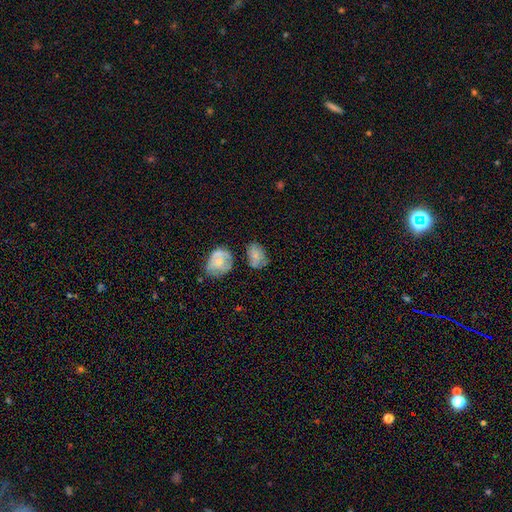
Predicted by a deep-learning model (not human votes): Smooth or featured?
  - smooth: 63% *
  - featured or disk: 27%
  - star or artifact: 10%
How rounded?
  - in between: 74% *
  - round: 24%
  - cigar-shaped: 1%
Merging?
  - none: 50% *
  - minor disturbance: 27%
  - major disturbance: 13%
  - merger: 10%